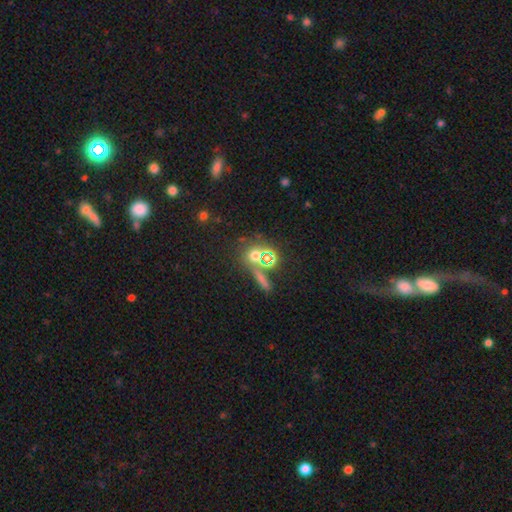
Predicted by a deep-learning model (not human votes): This appears to be a smooth galaxy with no disk features (50%) that is round (78%). Merging: none (65%).